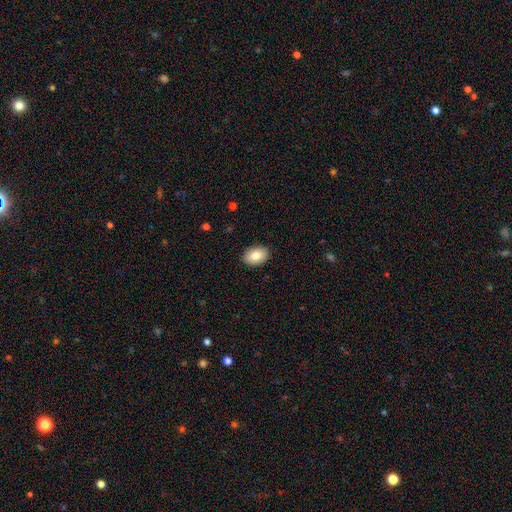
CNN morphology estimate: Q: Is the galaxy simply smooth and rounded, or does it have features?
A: smooth — 84%.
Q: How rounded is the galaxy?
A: in between — 82%.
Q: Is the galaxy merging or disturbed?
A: none — 90%.